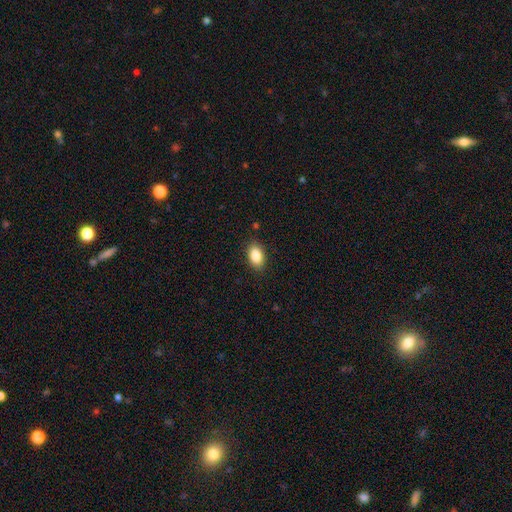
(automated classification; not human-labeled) Smooth or featured? Predicted: smooth (p=0.86). How rounded? Predicted: in between (p=0.88). Merging? Predicted: none (p=0.87).